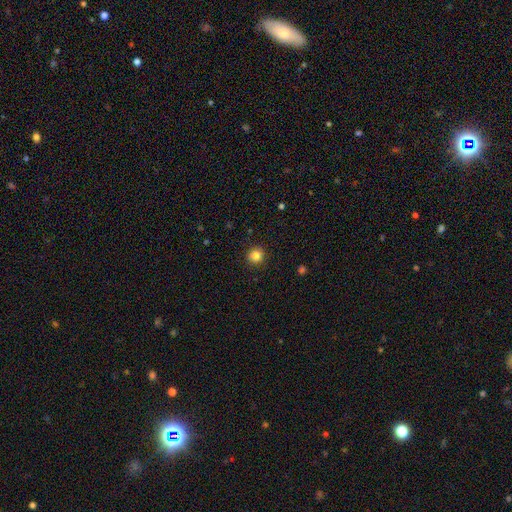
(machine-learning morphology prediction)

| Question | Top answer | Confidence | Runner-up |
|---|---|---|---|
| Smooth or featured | smooth | 85% | star or artifact (11%) |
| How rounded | round | 91% | in between (8%) |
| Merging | none | 90% | minor disturbance (7%) |